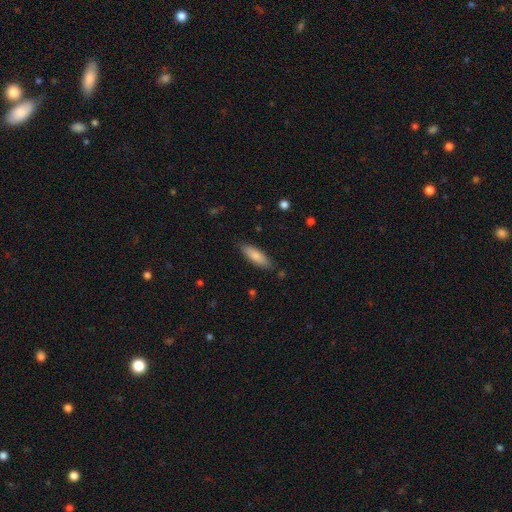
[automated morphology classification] This is clearly a smooth galaxy (81%). How rounded: possibly in between (51%). Merging: clearly none (84%).